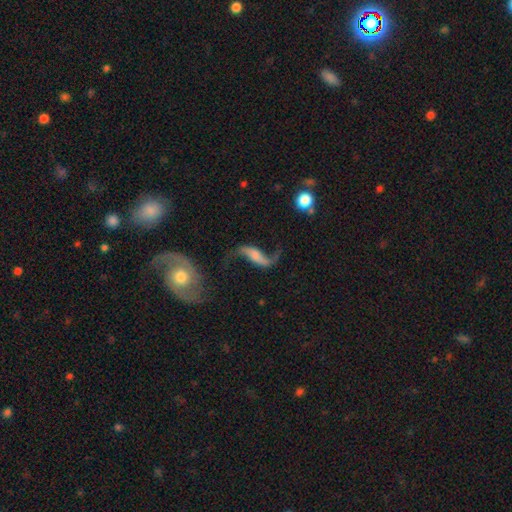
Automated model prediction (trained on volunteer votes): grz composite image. It shows a featured or disk galaxy (82%) with no bar (42%), 2 (93%) loose (94%) spiral arms (95%) and no central bulge (43%). Merging: none (64%).